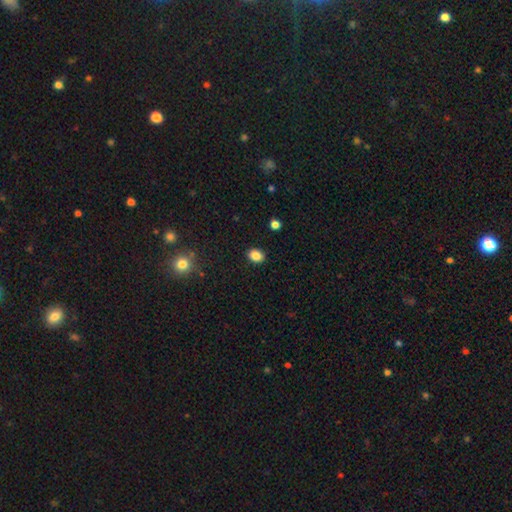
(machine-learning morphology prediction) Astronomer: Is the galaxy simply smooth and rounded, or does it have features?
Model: smooth — 85%.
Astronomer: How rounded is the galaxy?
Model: in between — 54% (runner-up: round, 45%).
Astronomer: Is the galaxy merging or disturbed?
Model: none — 90%.